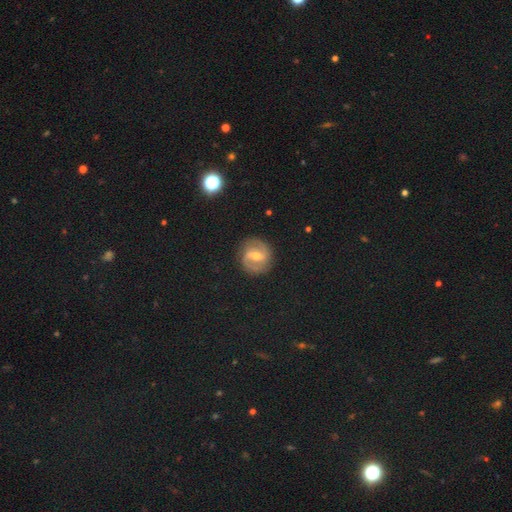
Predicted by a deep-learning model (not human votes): Q: Smooth or featured?
A: featured or disk (78%); runner-up: smooth (14%)
Q: Edge-on disk?
A: no (97%); runner-up: yes (3%)
Q: Bar?
A: weak (44%); runner-up: strong (40%)
Q: Spiral arms?
A: yes (90%); runner-up: no (10%)
Q: Spiral winding?
A: medium (50%); runner-up: tight (32%)
Q: Spiral arm count?
A: 2 (91%); runner-up: can't tell (4%)
Q: Bulge size?
A: moderate (60%); runner-up: small (35%)
Q: Merging?
A: none (86%); runner-up: minor disturbance (10%)